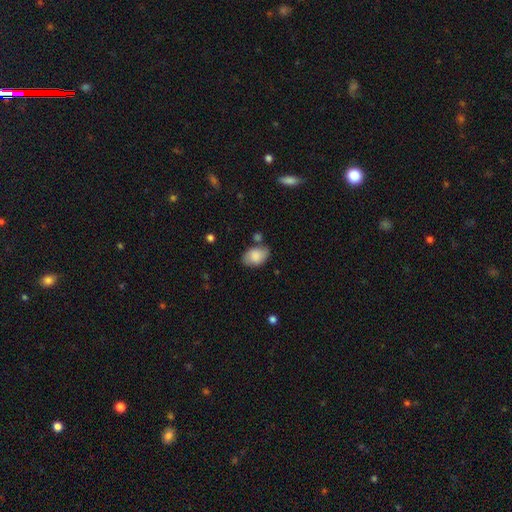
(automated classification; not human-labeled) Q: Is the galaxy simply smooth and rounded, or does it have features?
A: smooth — 80%.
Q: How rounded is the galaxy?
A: in between — 83%.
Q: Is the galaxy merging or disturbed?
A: none — 66%.